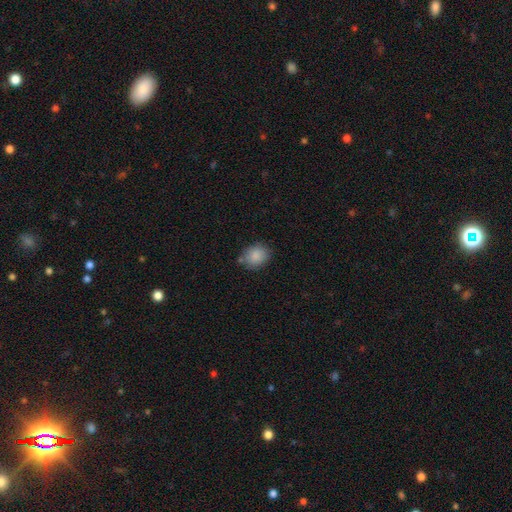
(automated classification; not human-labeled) Morphology: type=smooth (87%); roundness=round (60%); merging=none (76%).